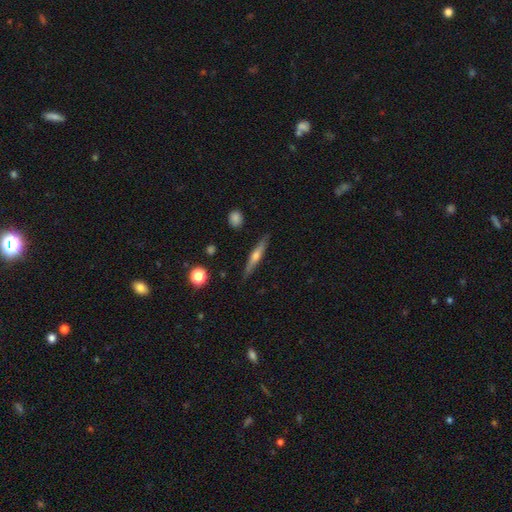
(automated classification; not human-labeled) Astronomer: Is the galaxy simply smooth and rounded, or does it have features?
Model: featured or disk — 55% (runner-up: smooth, 38%).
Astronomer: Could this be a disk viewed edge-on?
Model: yes — 95%.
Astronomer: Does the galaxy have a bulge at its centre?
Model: rounded — 82%.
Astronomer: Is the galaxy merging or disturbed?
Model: none — 86%.